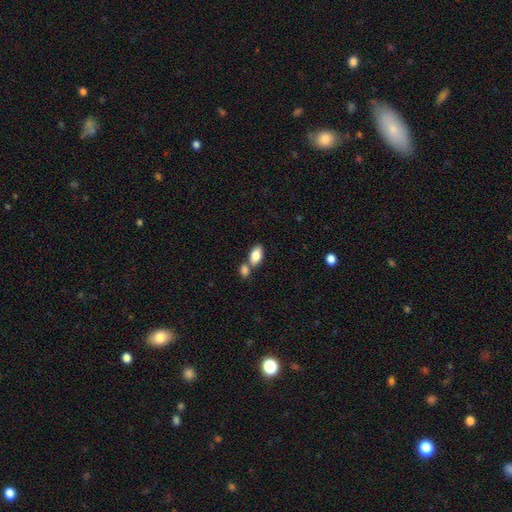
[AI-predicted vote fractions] Smooth or featured: smooth — 83% (featured or disk — 10%)
How rounded: in between — 92% (round — 6%)
Merging: none — 48% (merger — 39%)